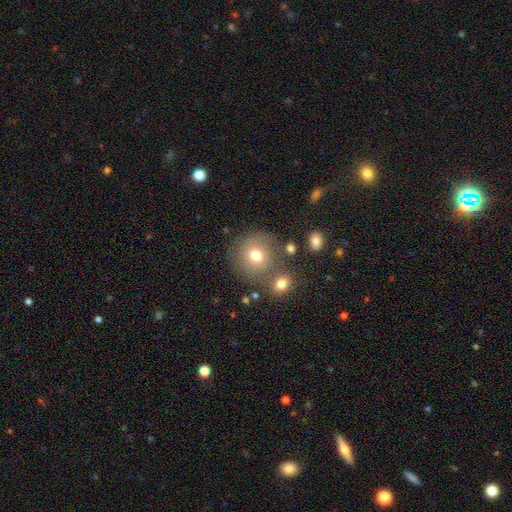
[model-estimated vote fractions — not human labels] Q: Smooth or featured?
A: smooth (74%); runner-up: featured or disk (14%)
Q: How rounded?
A: round (90%); runner-up: in between (9%)
Q: Merging?
A: none (72%); runner-up: merger (12%)